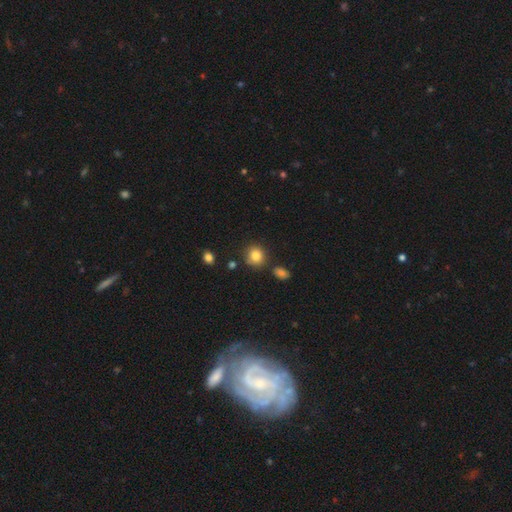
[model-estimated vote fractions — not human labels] This is clearly a smooth galaxy (84%). How rounded: clearly round (84%). Merging: likely none (79%).